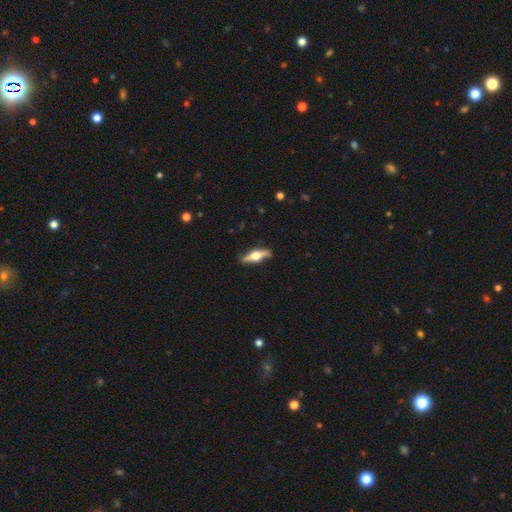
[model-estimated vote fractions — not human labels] A featured or disk galaxy (67%) viewed edge-on (92%) with a rounded central bulge (94%). Merging: none (85%).